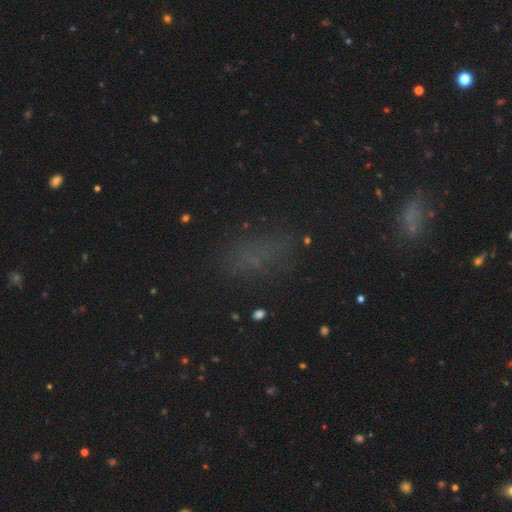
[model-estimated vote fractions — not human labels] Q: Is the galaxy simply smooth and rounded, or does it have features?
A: smooth — 51%.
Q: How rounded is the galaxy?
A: in between — 76%.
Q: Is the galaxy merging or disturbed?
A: none — 72%.